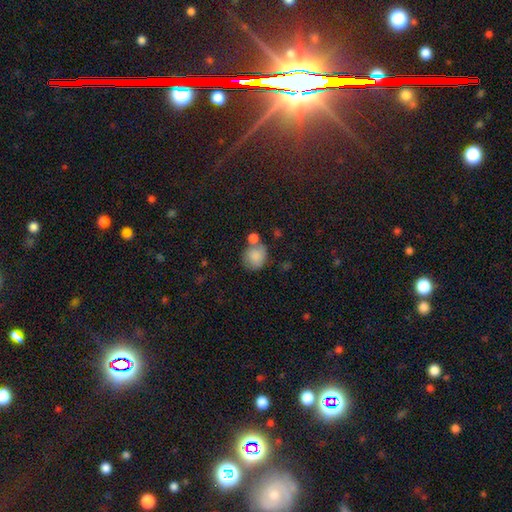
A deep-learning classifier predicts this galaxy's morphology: The model was most divided on "merging": none: 49%, merger: 27%, minor disturbance: 17%, major disturbance: 7%. More confident: smooth or featured — smooth (83%); how rounded — round (76%).